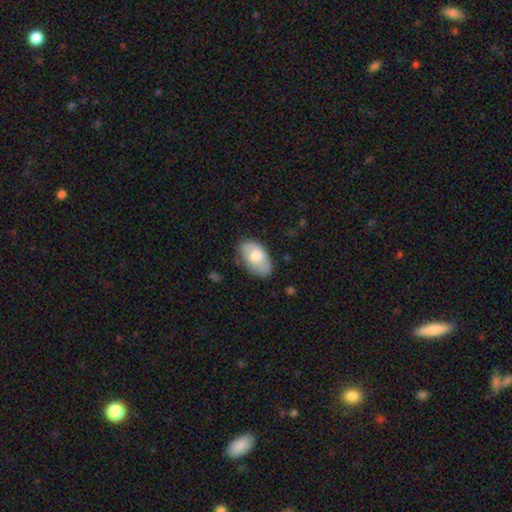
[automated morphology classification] Smooth or featured: smooth — 69% (featured or disk — 25%)
How rounded: in between — 94% (round — 5%)
Merging: none — 67% (minor disturbance — 24%)